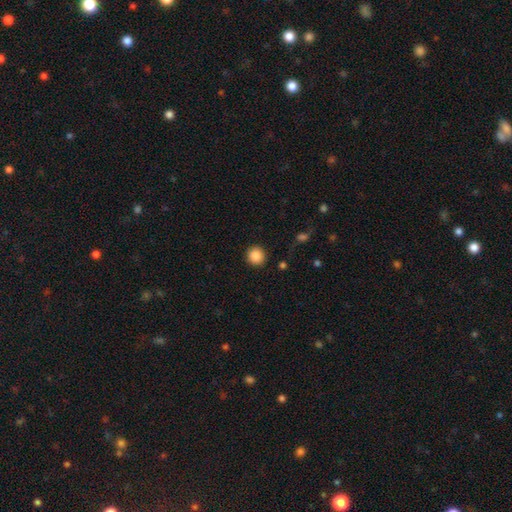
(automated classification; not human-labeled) Smooth or featured? smooth (88%)
How rounded? round (93%)
Merging? none (91%)